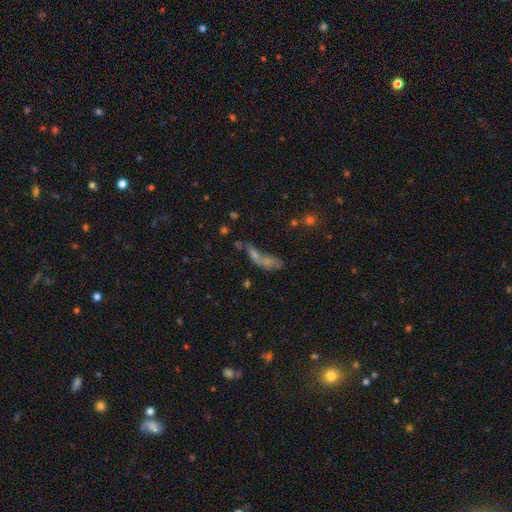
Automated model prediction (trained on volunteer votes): Smooth or featured: smooth — 42% (featured or disk — 33%)
Merging: merger — 46% (none — 26%)